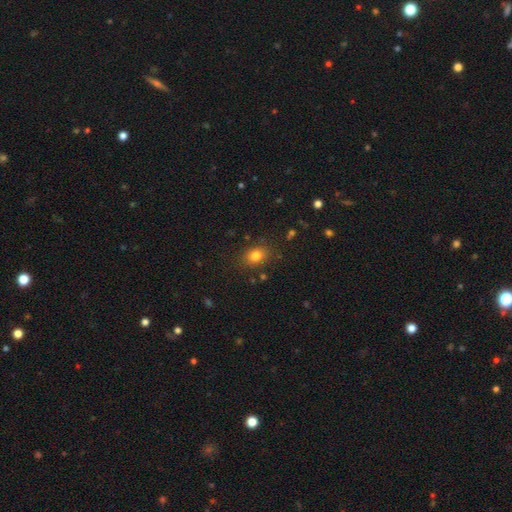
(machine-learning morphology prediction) type=smooth (79%); roundness=in between (61%); merging=none (83%).